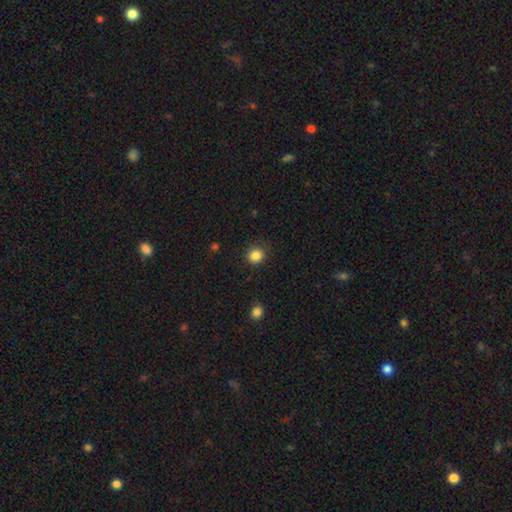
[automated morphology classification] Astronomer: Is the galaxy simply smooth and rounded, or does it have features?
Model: smooth — 85%.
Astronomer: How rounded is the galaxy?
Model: round — 87%.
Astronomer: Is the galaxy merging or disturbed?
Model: none — 87%.